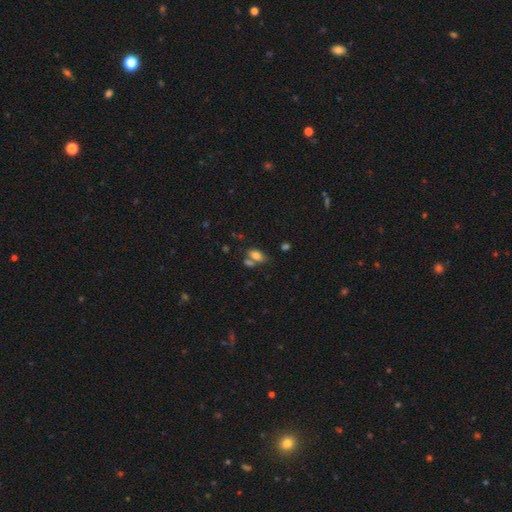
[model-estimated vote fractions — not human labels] A smooth galaxy with no disk features (79%) that is in between round and cigar-shaped (89%).

Vote fractions:
- Smooth or featured? smooth: 79% / star or artifact: 11% / featured or disk: 10%
- How rounded? in between: 89% / round: 7% / cigar-shaped: 4%
- Merging? none: 49% / merger: 31% / minor disturbance: 14% / major disturbance: 6%